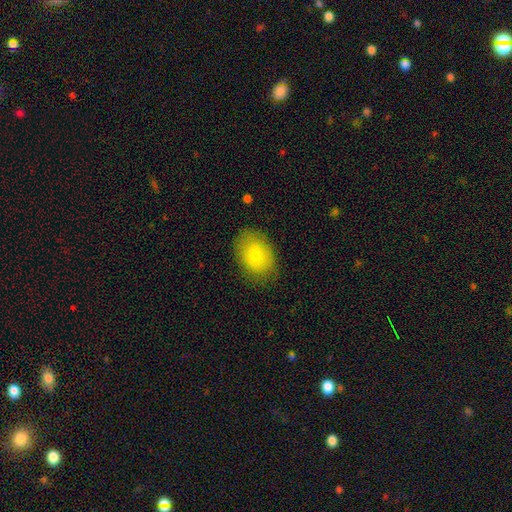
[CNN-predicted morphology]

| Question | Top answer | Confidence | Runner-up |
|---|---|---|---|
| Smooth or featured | smooth | 78% | featured or disk (14%) |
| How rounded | in between | 82% | round (17%) |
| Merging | none | 80% | minor disturbance (15%) |